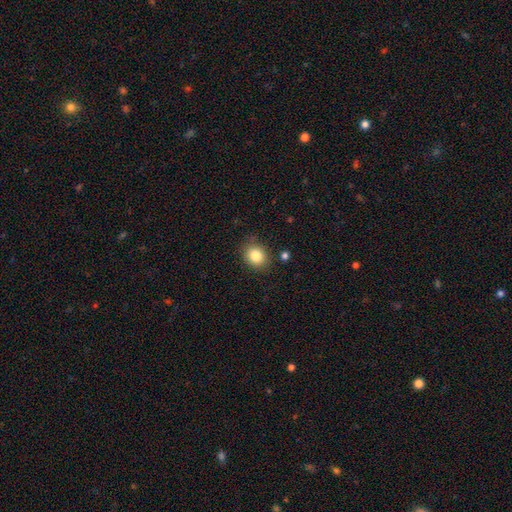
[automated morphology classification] type=smooth (84%); roundness=round (64%); merging=none (84%).